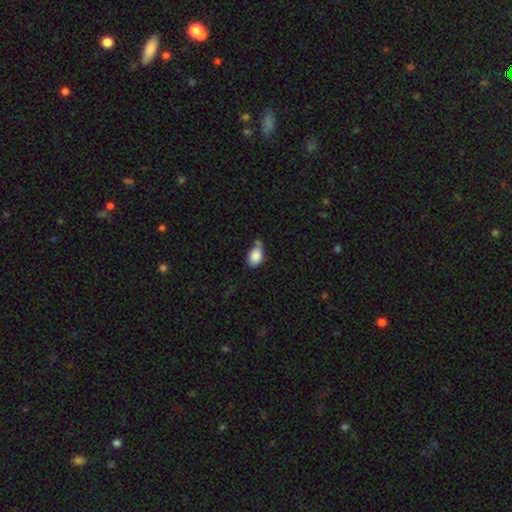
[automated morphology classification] smooth 86%, star or artifact 8%, featured or disk 6%. Down the decision tree: how rounded — in between (86%); merging — none (41%).